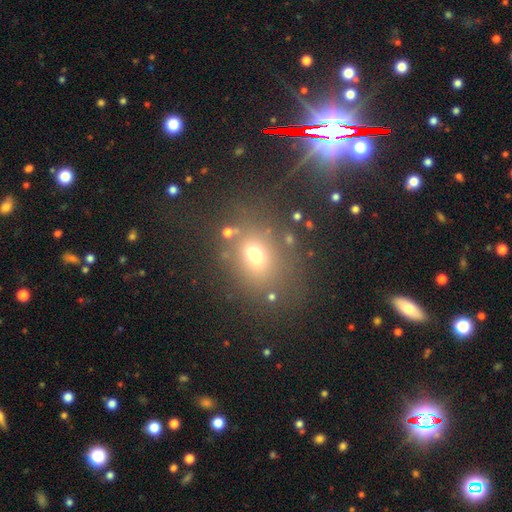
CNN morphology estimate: smooth 59%, star or artifact 28%, featured or disk 14%. Down the decision tree: how rounded — in between (57%); merging — none (71%).